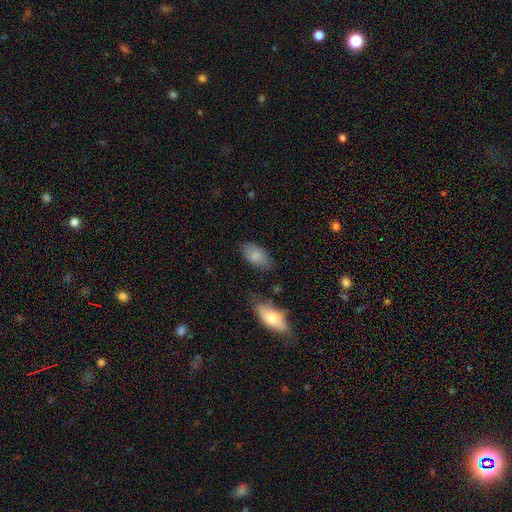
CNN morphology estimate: This is clearly a smooth galaxy (84%). How rounded: clearly in between (93%). Merging: likely none (77%).